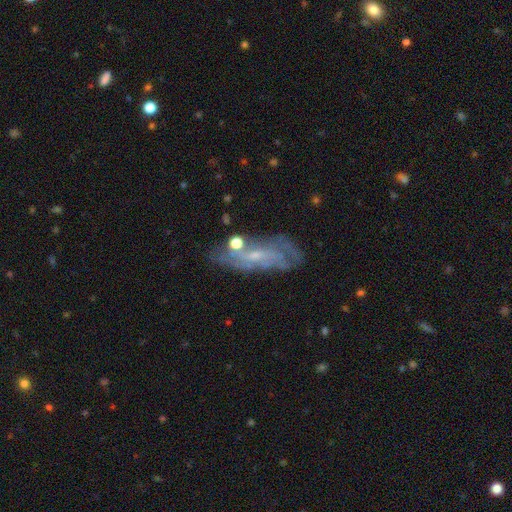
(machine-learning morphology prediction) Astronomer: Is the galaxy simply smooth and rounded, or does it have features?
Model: featured or disk — 69%.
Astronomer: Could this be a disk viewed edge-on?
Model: no — 83%.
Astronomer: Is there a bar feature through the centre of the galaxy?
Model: no — 50% (runner-up: weak, 39%).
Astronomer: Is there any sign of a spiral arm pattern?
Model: yes — 76%.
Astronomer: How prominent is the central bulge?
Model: small — 64%.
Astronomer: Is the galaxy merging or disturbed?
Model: none — 61%.